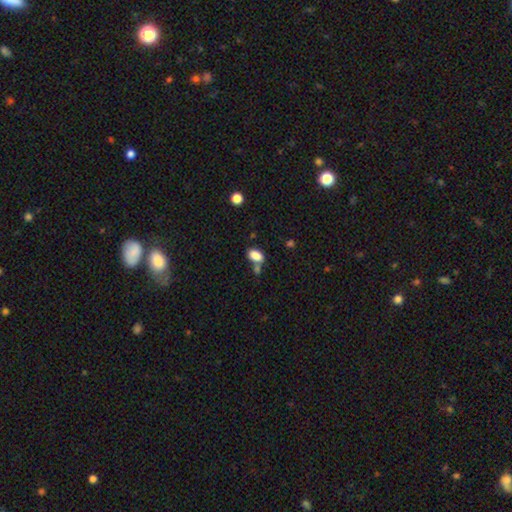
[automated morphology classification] This appears to be a smooth galaxy with no disk features (85%) that is in between round and cigar-shaped (90%). Merging: none (53%).